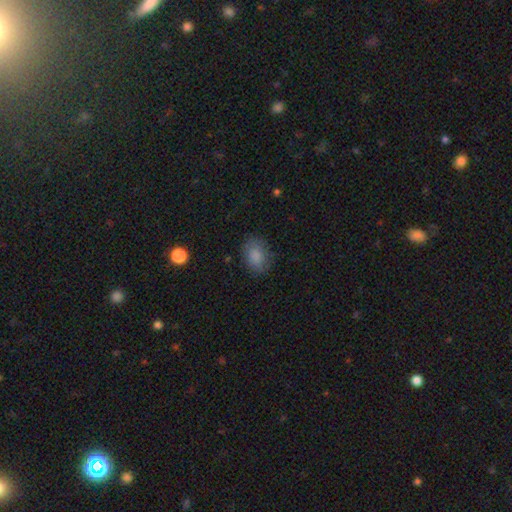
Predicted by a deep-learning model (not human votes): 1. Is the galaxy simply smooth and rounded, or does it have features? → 85% smooth, 9% star or artifact, 7% featured or disk.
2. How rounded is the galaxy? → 73% in between, 26% round, 1% cigar-shaped.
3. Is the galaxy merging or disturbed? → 78% none, 16% minor disturbance, 5% major disturbance, 1% merger.